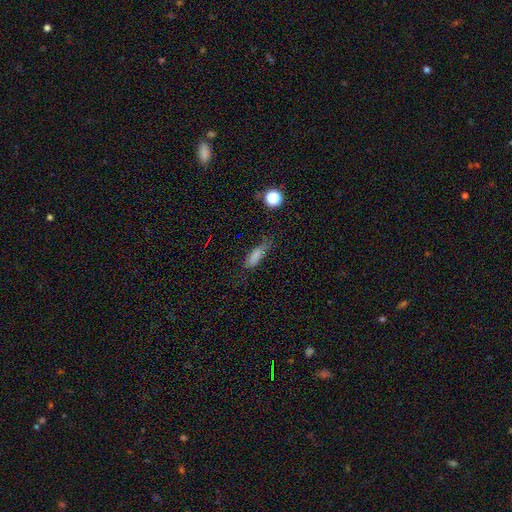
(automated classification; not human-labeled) smooth 77%, star or artifact 13%, featured or disk 10%. Down the decision tree: how rounded — cigar-shaped (49%); merging — none (55%).